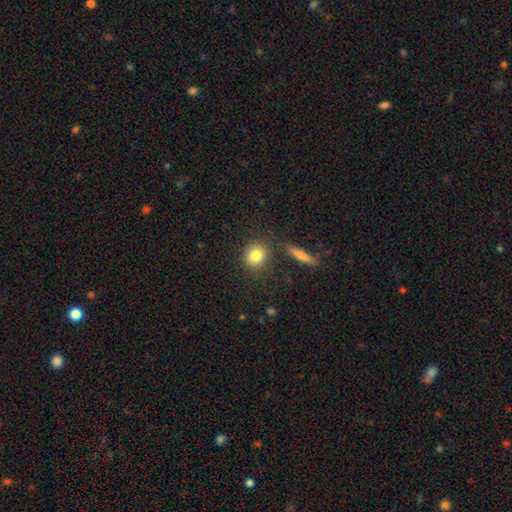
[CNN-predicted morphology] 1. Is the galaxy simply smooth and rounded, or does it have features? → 83% smooth, 9% star or artifact, 8% featured or disk.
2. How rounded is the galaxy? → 77% round, 20% in between, 2% cigar-shaped.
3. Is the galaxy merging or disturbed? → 82% none, 9% minor disturbance, 6% merger, 3% major disturbance.